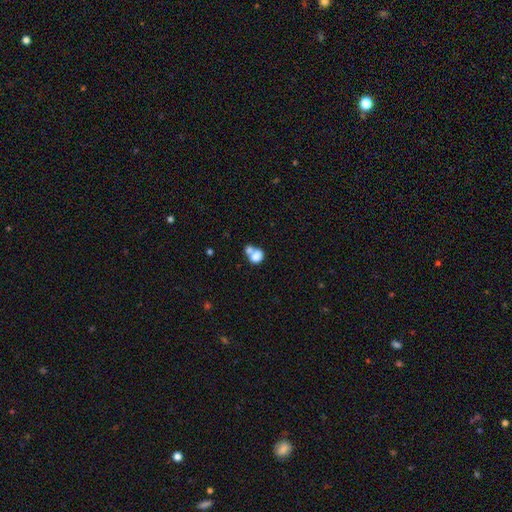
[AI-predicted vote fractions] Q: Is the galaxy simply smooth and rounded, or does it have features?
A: smooth — 79%.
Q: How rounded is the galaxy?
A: round — 51%.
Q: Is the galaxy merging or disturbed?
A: merger — 58%.